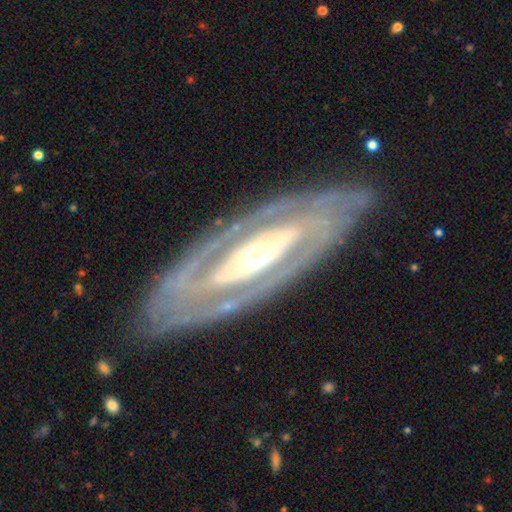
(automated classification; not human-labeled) Smooth or featured? Predicted: featured or disk (p=0.85). Edge-on disk? Predicted: no (p=0.84). Bar? Predicted: no (p=0.45). Spiral arms? Predicted: yes (p=0.66). Bulge size? Predicted: moderate (p=0.66). Merging? Predicted: none (p=0.78).